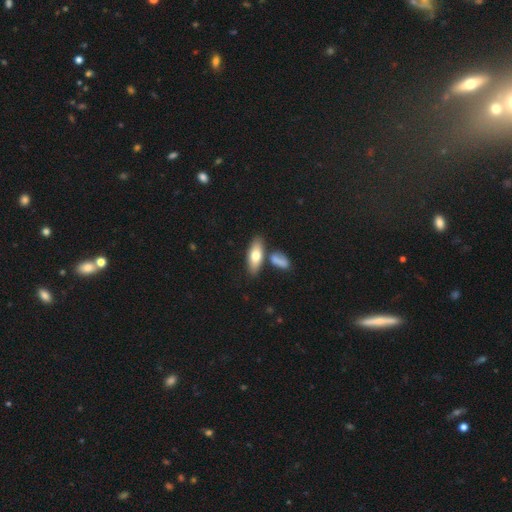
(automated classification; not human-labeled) Smooth or featured: smooth — 70% (featured or disk — 25%)
How rounded: in between — 72% (cigar-shaped — 24%)
Merging: none — 68% (merger — 17%)